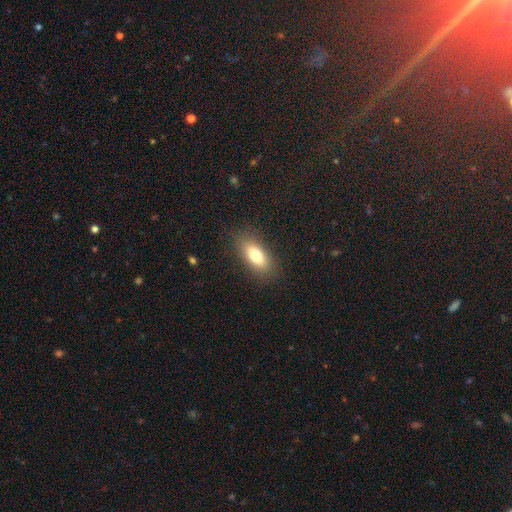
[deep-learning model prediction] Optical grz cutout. It shows a smooth galaxy with no disk features (76%) that is in between round and cigar-shaped (80%). Merging: none (86%).